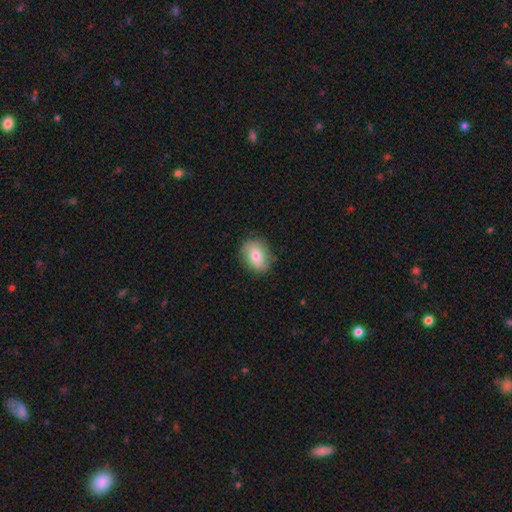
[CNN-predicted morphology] This is likely a smooth galaxy (77%). How rounded: likely in between (66%). Merging: clearly none (84%).